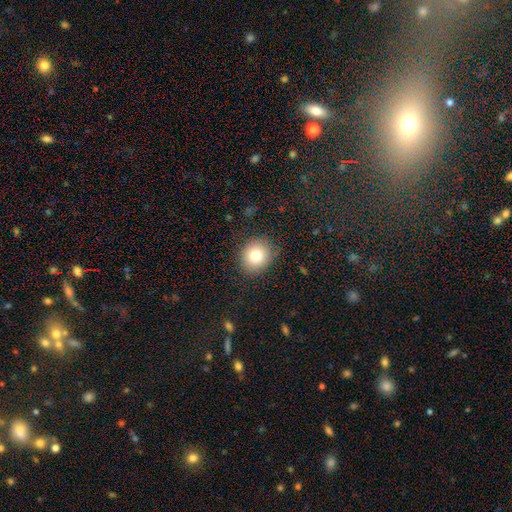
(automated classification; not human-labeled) This is clearly a smooth galaxy (81%). How rounded: likely round (77%). Merging: clearly none (84%).